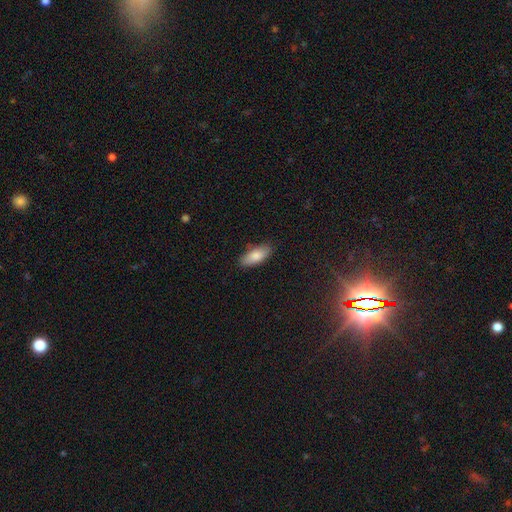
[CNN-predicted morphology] Smooth or featured? Predicted: smooth (p=0.84). How rounded? Predicted: in between (p=0.82). Merging? Predicted: none (p=0.85).